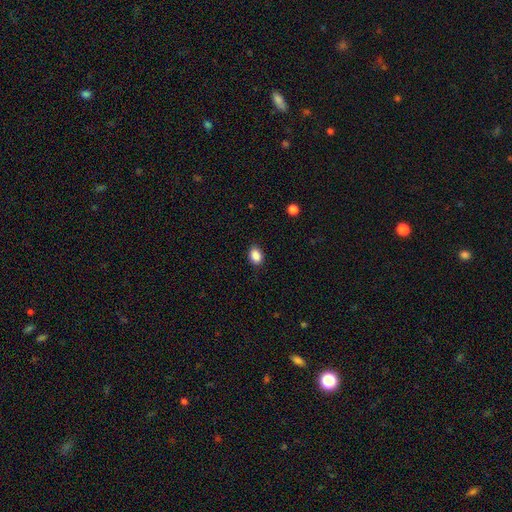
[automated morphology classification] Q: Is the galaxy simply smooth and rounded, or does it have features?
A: smooth — 88%.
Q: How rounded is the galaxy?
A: in between — 71%.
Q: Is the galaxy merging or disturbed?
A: none — 86%.